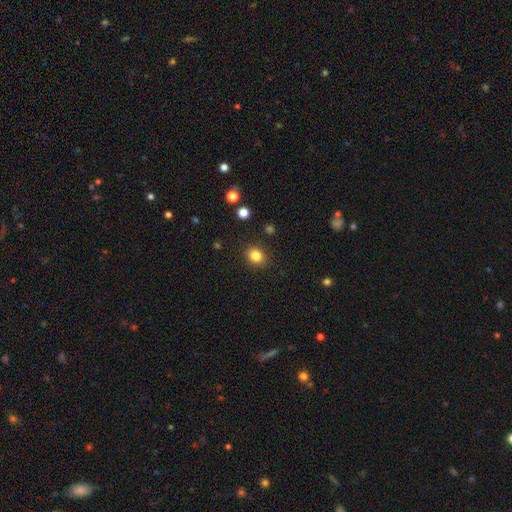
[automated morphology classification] A smooth galaxy with no disk features (84%) that is round (61%).

Vote fractions:
- Smooth or featured? smooth: 84% / star or artifact: 11% / featured or disk: 5%
- How rounded? round: 61% / in between: 38% / cigar-shaped: 1%
- Merging? none: 87% / minor disturbance: 9% / major disturbance: 3% / merger: 2%